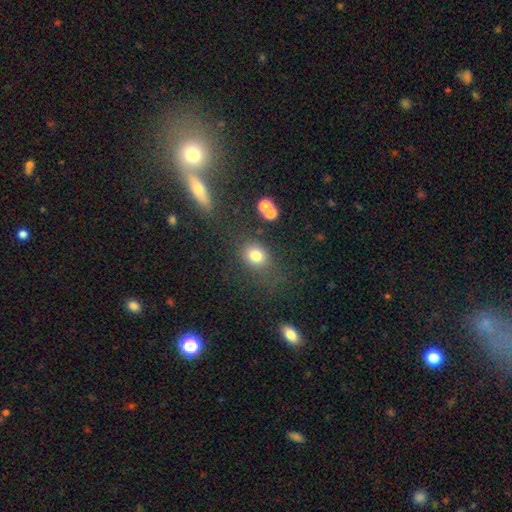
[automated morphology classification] smooth_or_featured: smooth (p=0.77) [alt: star or artifact p=0.14]
how_rounded: round (p=0.61) [alt: in between p=0.38]
merging: none (p=0.68) [alt: minor disturbance p=0.16]